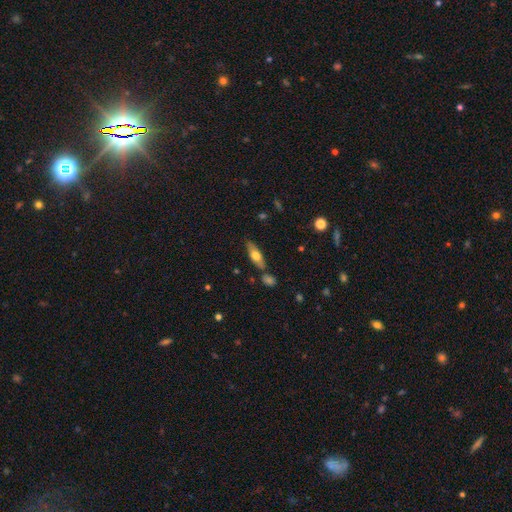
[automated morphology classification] Smooth or featured? Predicted: smooth (p=0.56). How rounded? Predicted: in between (p=0.55). Merging? Predicted: none (p=0.75).